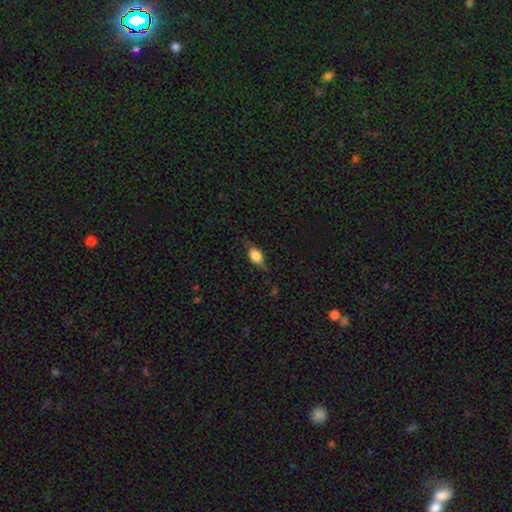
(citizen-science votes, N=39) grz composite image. It shows a smooth galaxy with no disk features (56%) that is in between round and cigar-shaped (73%). Merging: none (58%).